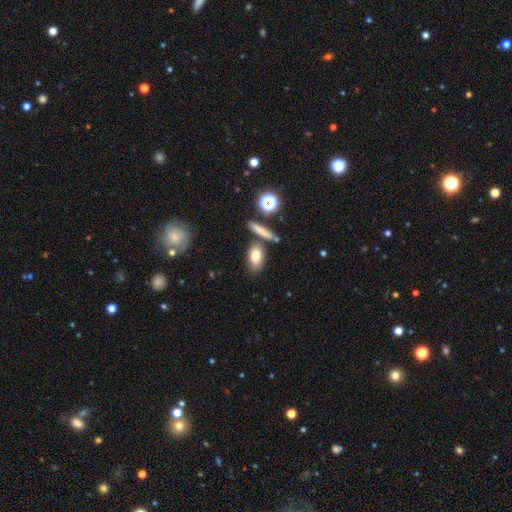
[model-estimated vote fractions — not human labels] Q: Smooth or featured?
A: smooth (79%); runner-up: featured or disk (13%)
Q: How rounded?
A: in between (82%); runner-up: cigar-shaped (9%)
Q: Merging?
A: none (68%); runner-up: merger (15%)